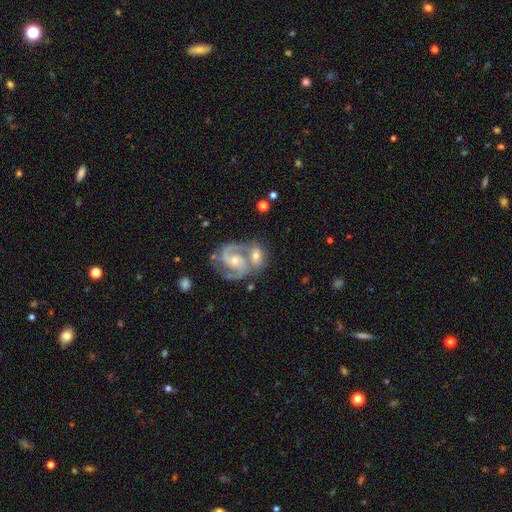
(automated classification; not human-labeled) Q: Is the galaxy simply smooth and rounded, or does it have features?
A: featured or disk — 80%.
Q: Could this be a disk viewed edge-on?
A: no — 97%.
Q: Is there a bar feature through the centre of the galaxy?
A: no — 50%.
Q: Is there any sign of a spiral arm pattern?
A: yes — 95%.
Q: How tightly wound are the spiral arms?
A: medium — 59%.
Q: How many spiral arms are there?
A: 2 — 86%.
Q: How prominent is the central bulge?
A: small — 53%.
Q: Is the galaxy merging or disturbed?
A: merger — 50%.